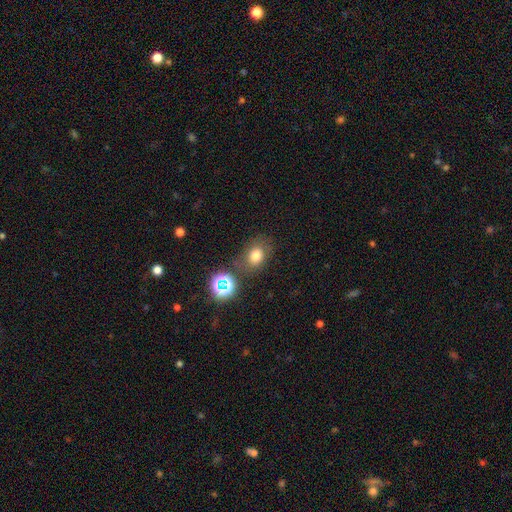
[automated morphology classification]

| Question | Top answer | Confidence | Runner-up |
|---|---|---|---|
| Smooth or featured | smooth | 73% | star or artifact (17%) |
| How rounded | in between | 52% | round (47%) |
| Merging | none | 70% | minor disturbance (16%) |